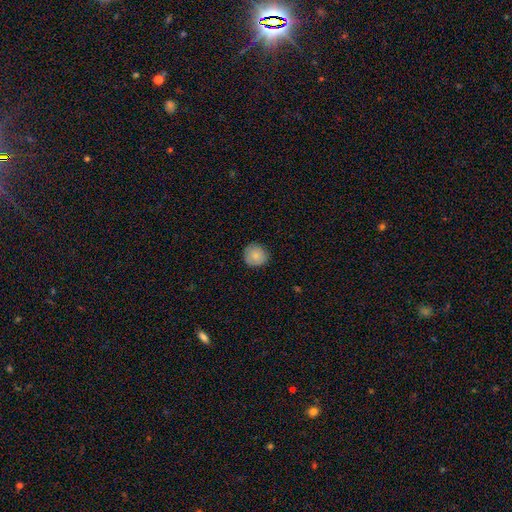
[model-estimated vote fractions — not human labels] Smooth or featured? smooth (86%)
How rounded? round (92%)
Merging? none (87%)